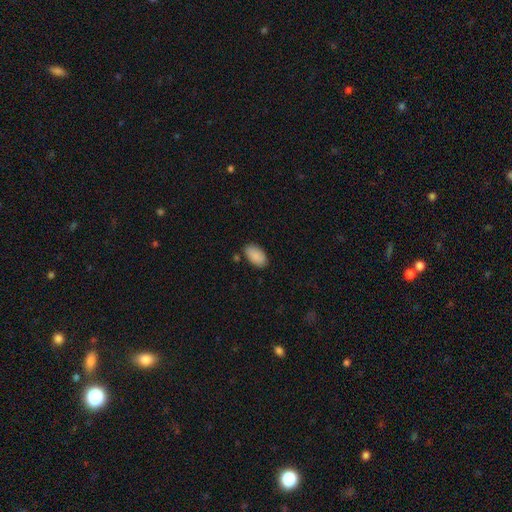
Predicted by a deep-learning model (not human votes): Smooth or featured? smooth (89%)
How rounded? in between (94%)
Merging? none (82%)